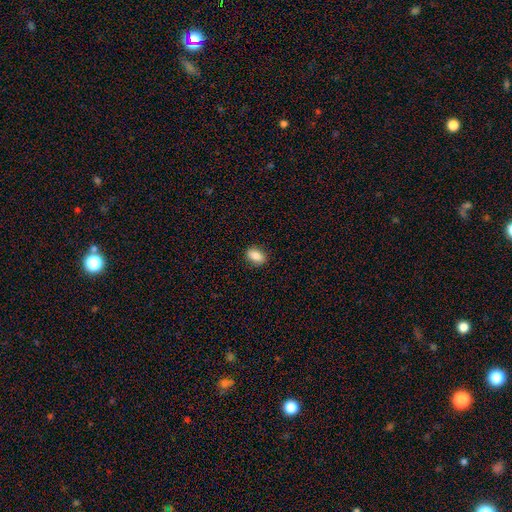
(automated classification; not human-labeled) Q: Smooth or featured?
A: smooth (86%); runner-up: star or artifact (8%)
Q: How rounded?
A: in between (84%); runner-up: round (13%)
Q: Merging?
A: none (88%); runner-up: minor disturbance (9%)